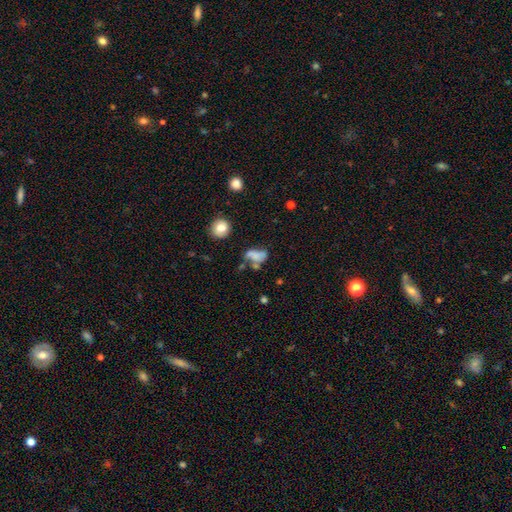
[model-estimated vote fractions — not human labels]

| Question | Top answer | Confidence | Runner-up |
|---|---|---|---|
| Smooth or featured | smooth | 57% | featured or disk (29%) |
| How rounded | in between | 79% | round (16%) |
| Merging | none | 29% | merger (25%) |